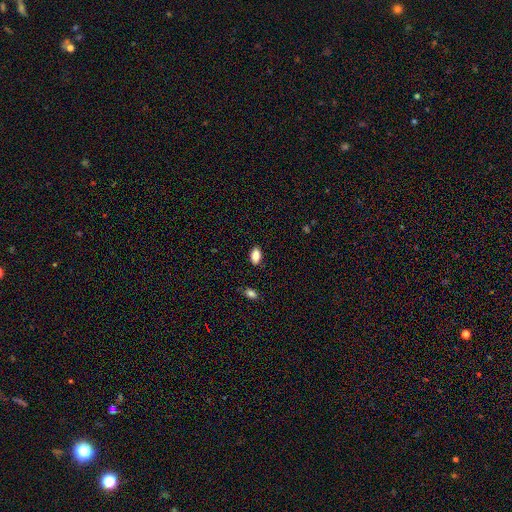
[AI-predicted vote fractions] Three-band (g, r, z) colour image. It shows a smooth galaxy with no disk features (85%) that is in between round and cigar-shaped (92%). Merging: none (87%).